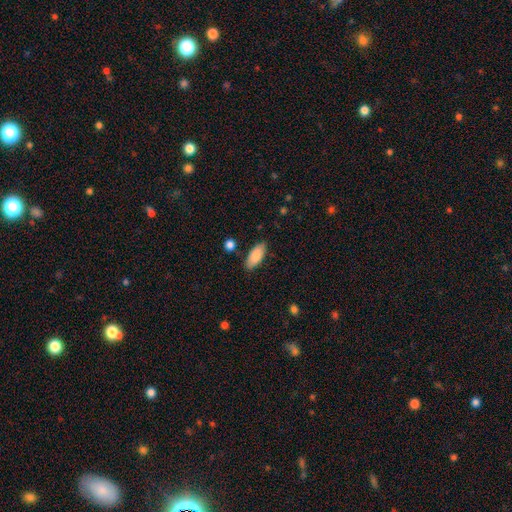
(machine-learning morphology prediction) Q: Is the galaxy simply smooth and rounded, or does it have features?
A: smooth — 87%.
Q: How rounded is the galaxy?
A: in between — 85%.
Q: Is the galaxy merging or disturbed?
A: none — 83%.